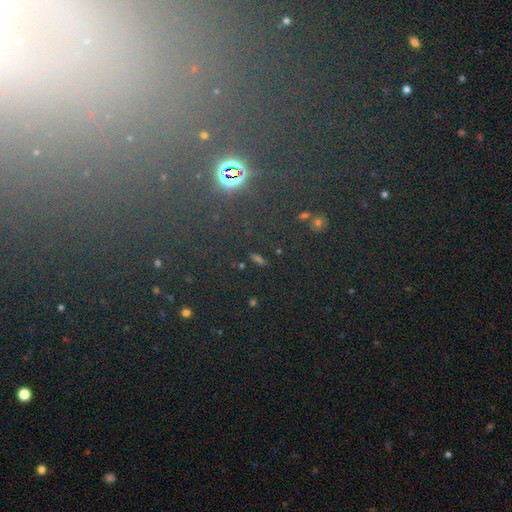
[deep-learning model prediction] Overall: star or artifact (73%).